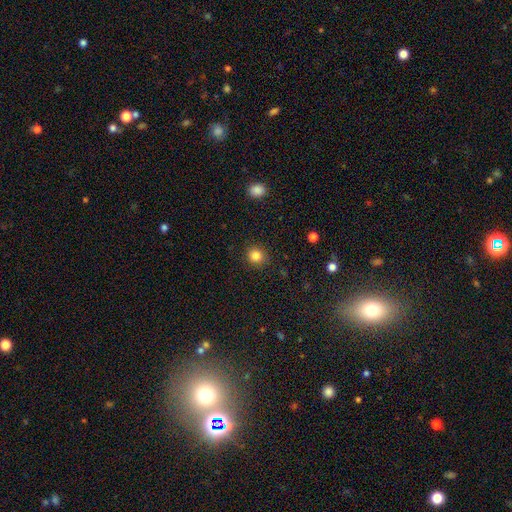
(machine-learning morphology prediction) Smooth or featured? smooth (84%)
How rounded? round (88%)
Merging? none (89%)